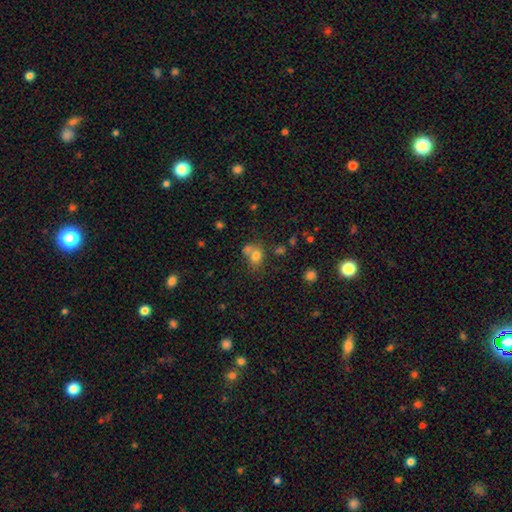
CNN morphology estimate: Smooth or featured? smooth (74%)
How rounded? in between (51%)
Merging? none (40%, tied with merger)